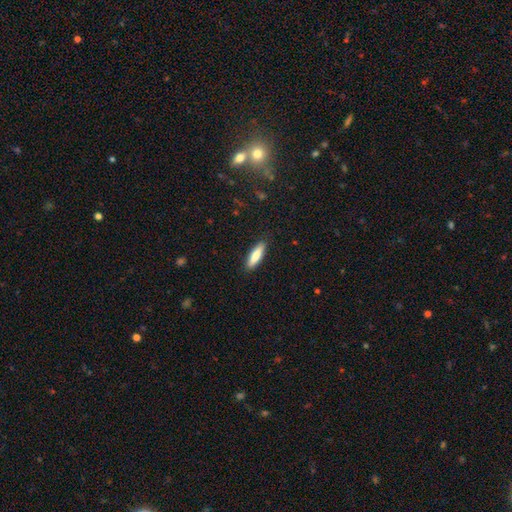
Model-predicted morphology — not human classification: A smooth galaxy with no disk features (80%) that is cigar-shaped (63%). Merging: none (89%).